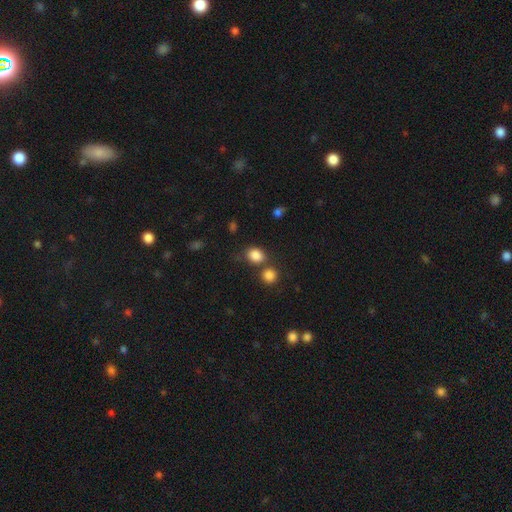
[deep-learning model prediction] Morphology: type=smooth (85%); roundness=in between (50%); merging=none (62%).